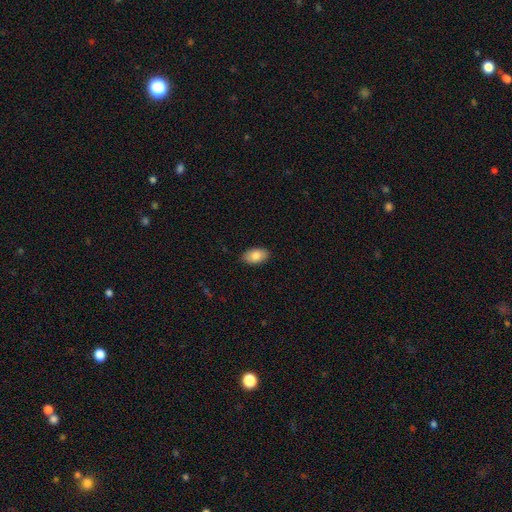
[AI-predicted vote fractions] smooth 85%, featured or disk 8%, star or artifact 7%. Down the decision tree: how rounded — in between (93%); merging — none (87%).